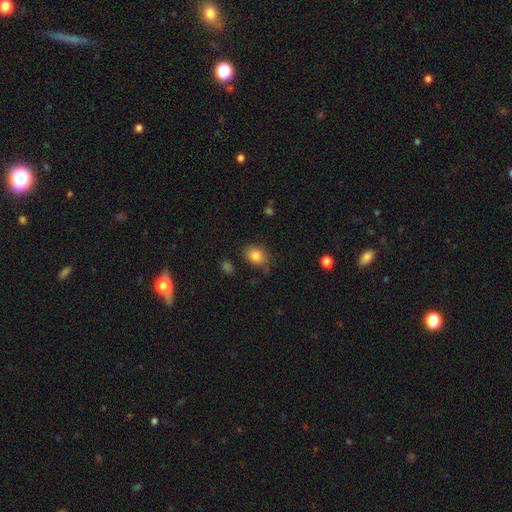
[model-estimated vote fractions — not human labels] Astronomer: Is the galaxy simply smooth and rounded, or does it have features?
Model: smooth — 83%.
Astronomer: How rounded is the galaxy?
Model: in between — 55% (runner-up: round, 44%).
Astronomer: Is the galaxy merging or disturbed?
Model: none — 74%.